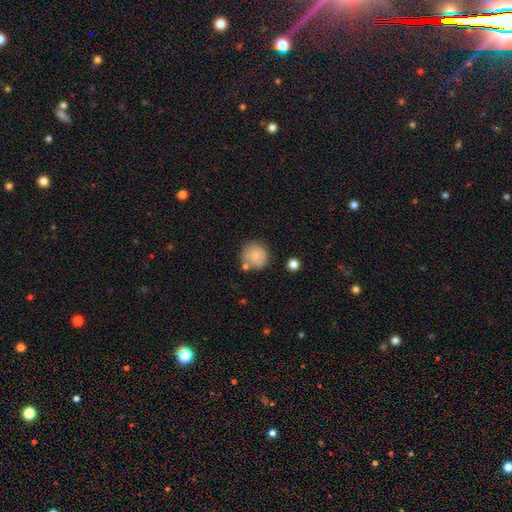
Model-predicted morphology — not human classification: Overall: smooth (82%). How rounded: round (90%). Merging: none (67%).